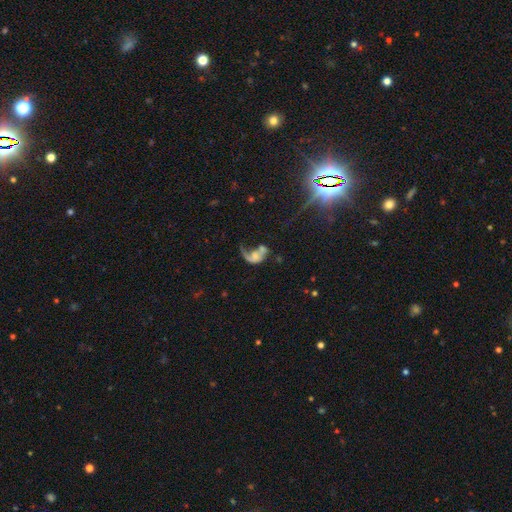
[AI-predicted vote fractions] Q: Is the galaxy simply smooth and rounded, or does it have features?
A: featured or disk — 53%.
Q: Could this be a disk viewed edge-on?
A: no — 96%.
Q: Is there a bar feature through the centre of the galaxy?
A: no — 78%.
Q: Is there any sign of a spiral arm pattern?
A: yes — 51%.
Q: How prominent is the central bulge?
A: none — 33%.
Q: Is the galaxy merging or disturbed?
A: major disturbance — 41%.